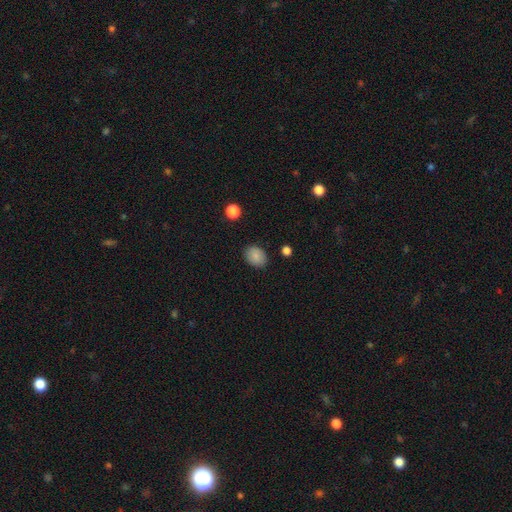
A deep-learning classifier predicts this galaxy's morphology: smooth-or-featured: smooth: 85% | star or artifact: 9% | featured or disk: 6%
  how-rounded: in between: 63% | round: 36% | cigar-shaped: 1%
  merging: none: 86% | minor disturbance: 10% | major disturbance: 3% | merger: 1%